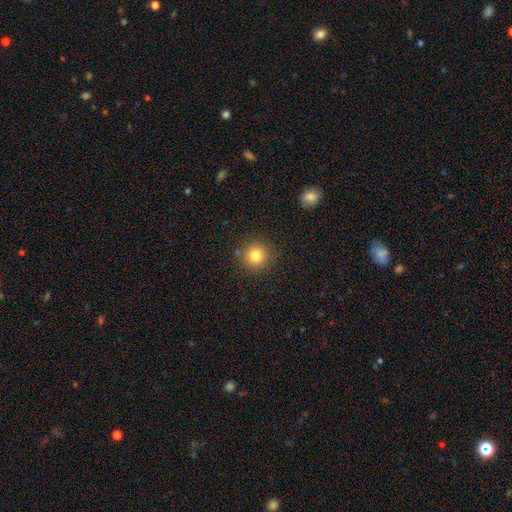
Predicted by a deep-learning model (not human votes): smooth_or_featured: smooth (p=0.80) [alt: star or artifact p=0.12]
how_rounded: round (p=0.95) [alt: in between p=0.04]
merging: none (p=0.87) [alt: minor disturbance p=0.08]